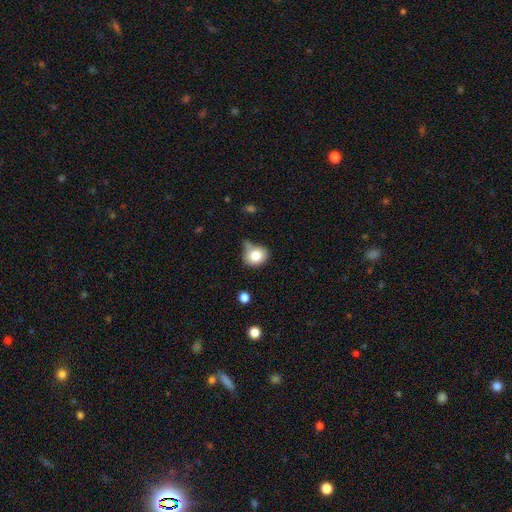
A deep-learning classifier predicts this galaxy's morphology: Overall: smooth (80%). How rounded: round (67%; in between 32%). Merging: none (49%; minor disturbance 30%).